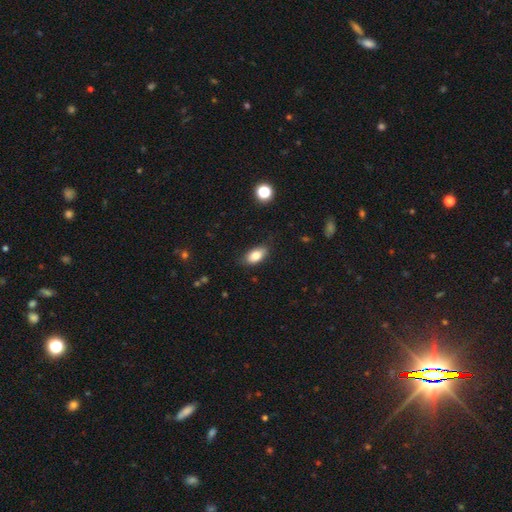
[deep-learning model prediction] Q: Smooth or featured?
A: smooth (81%); runner-up: featured or disk (10%)
Q: How rounded?
A: in between (90%); runner-up: round (6%)
Q: Merging?
A: none (83%); runner-up: minor disturbance (13%)